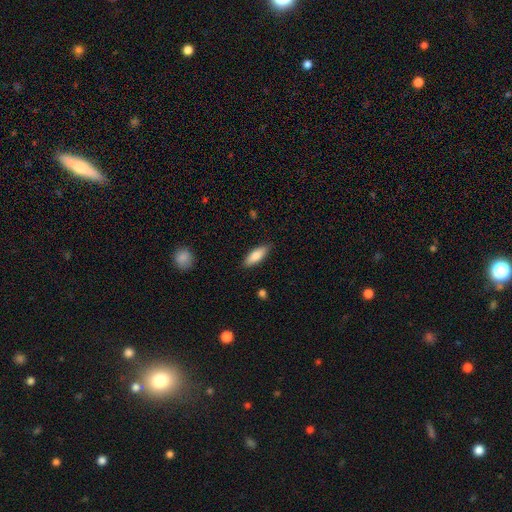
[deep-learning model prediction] Q: Smooth or featured?
A: smooth (81%); runner-up: featured or disk (13%)
Q: How rounded?
A: in between (69%); runner-up: cigar-shaped (30%)
Q: Merging?
A: none (86%); runner-up: minor disturbance (10%)